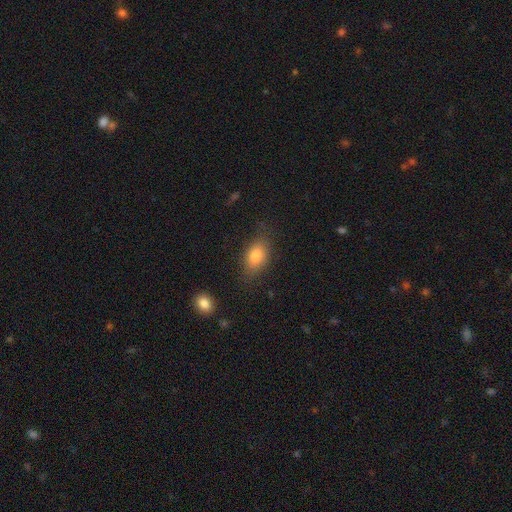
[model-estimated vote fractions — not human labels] Overall: smooth (79%). How rounded: in between (83%). Merging: none (76%).